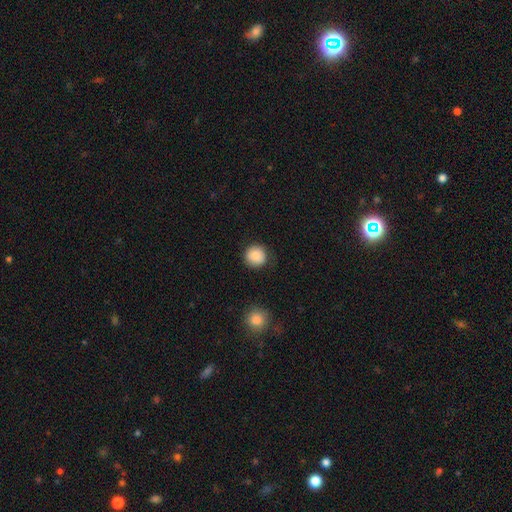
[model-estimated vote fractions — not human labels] Q: Smooth or featured?
A: smooth (86%); runner-up: star or artifact (8%)
Q: How rounded?
A: round (94%); runner-up: in between (5%)
Q: Merging?
A: none (86%); runner-up: minor disturbance (10%)